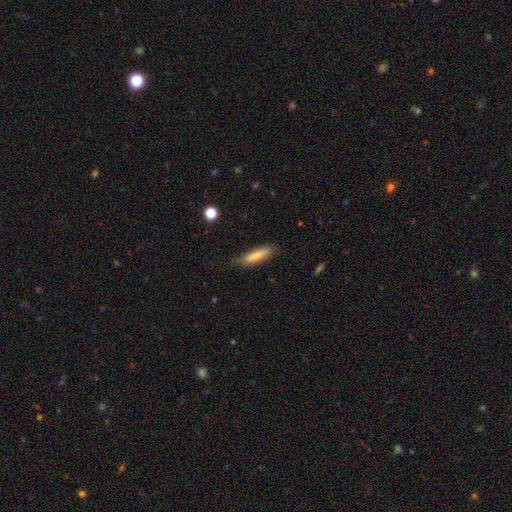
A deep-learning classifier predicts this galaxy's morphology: Smooth or featured?
  - smooth: 75% *
  - featured or disk: 18%
  - star or artifact: 6%
How rounded?
  - cigar-shaped: 71% *
  - in between: 28%
  - round: 2%
Merging?
  - none: 72% *
  - minor disturbance: 22%
  - major disturbance: 5%
  - merger: 2%